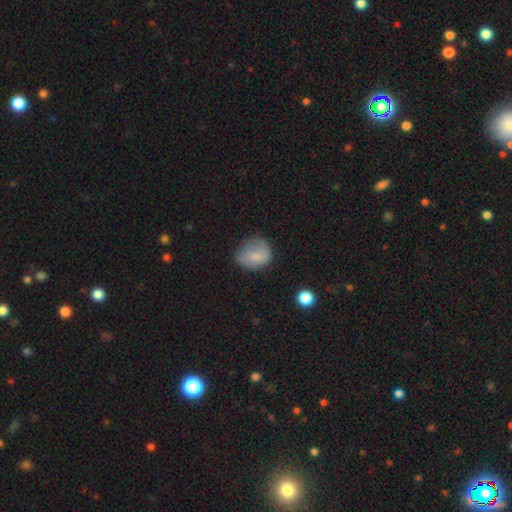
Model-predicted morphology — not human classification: The model was most divided on "how rounded": round: 61%, in between: 38%, cigar-shaped: 1%. More confident: smooth or featured — smooth (74%); merging — none (58%).